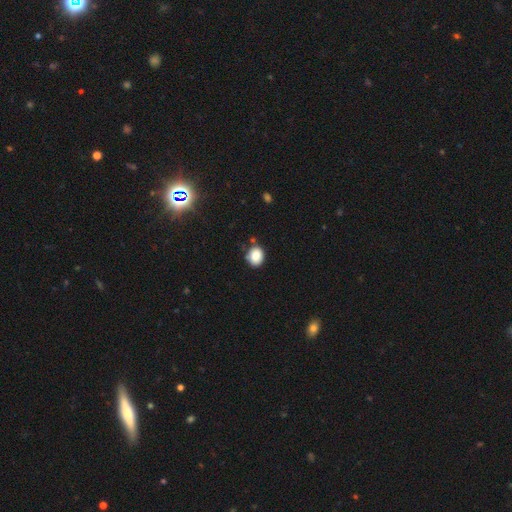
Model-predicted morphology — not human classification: smooth-or-featured: smooth: 86% | star or artifact: 9% | featured or disk: 5%
  how-rounded: round: 52% | in between: 47% | cigar-shaped: 1%
  merging: none: 74% | minor disturbance: 18% | merger: 5% | major disturbance: 4%